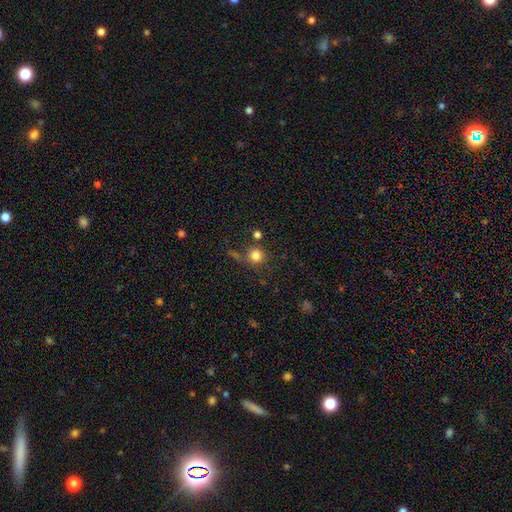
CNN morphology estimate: This appears to be a smooth galaxy with no disk features (81%) that is round (90%). Merging: none (70%).